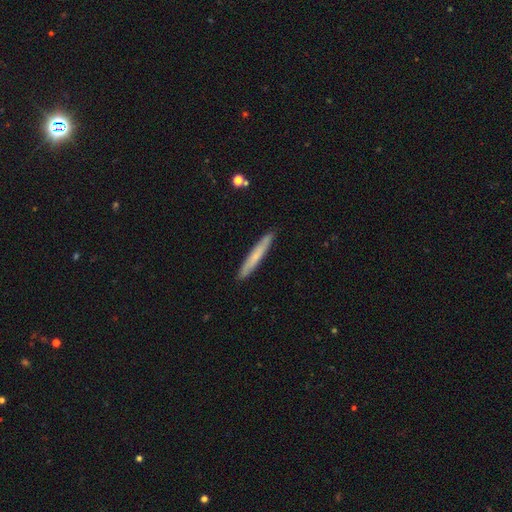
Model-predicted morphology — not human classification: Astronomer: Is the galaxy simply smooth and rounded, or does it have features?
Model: smooth — 63%.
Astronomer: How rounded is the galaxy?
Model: cigar-shaped — 96%.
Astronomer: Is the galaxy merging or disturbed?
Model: none — 91%.